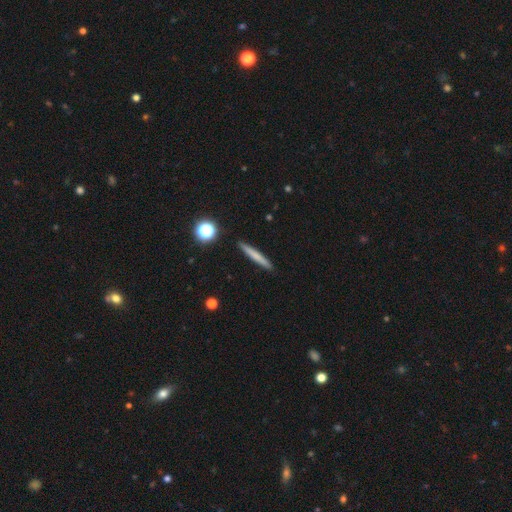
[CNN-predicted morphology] smooth 66%, featured or disk 27%, star or artifact 7%. Down the decision tree: how rounded — cigar-shaped (96%); merging — none (92%).